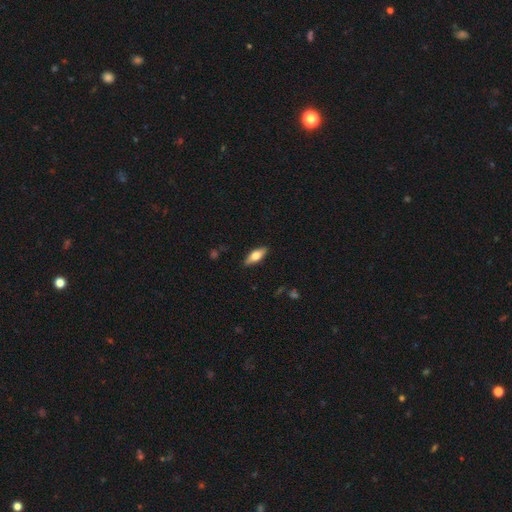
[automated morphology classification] The model was most divided on "smooth or featured": smooth: 62%, featured or disk: 31%, star or artifact: 6%. More confident: merging — none (87%); how rounded — in between (71%).